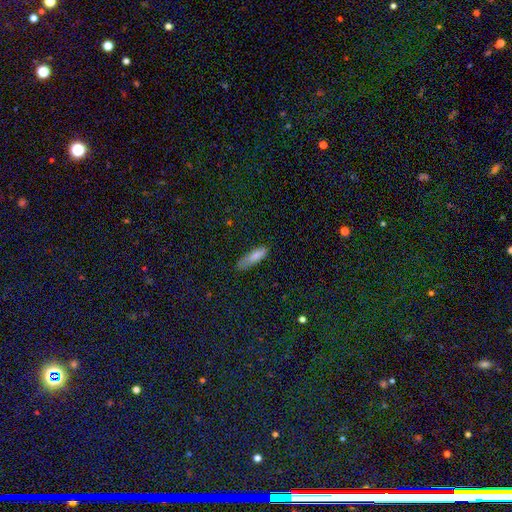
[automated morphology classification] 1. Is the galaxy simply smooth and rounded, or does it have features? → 82% smooth, 11% featured or disk, 8% star or artifact.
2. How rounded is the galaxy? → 60% cigar-shaped, 38% in between, 2% round.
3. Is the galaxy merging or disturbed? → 61% none, 29% minor disturbance, 8% major disturbance, 2% merger.